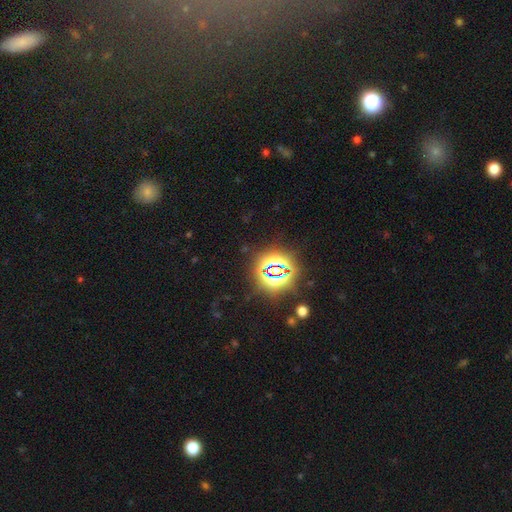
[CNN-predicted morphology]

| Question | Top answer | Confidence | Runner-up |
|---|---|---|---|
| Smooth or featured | star or artifact | 78% | smooth (14%) |